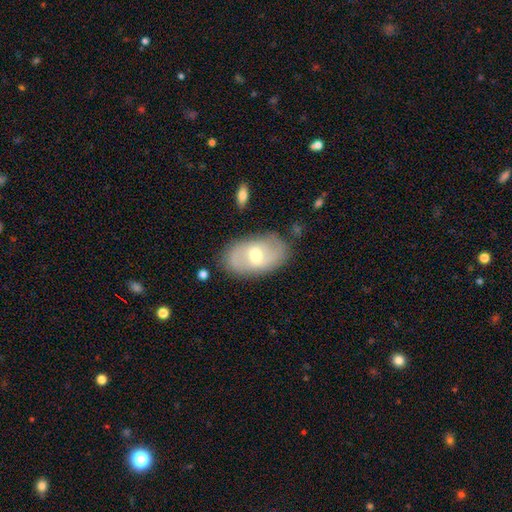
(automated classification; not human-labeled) featured or disk 54%, smooth 39%, star or artifact 7%. Down the decision tree: edge-on disk — no (92%); merging — none (79%).